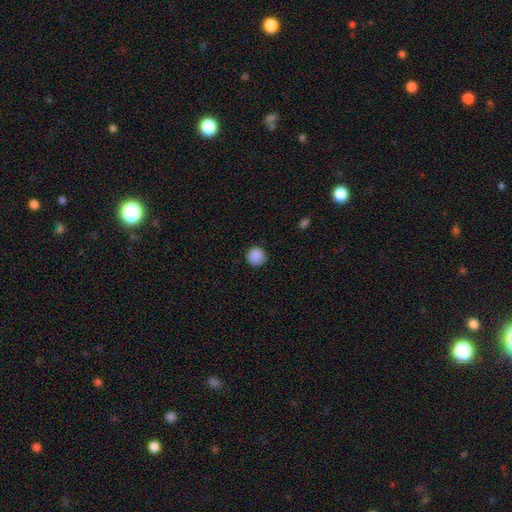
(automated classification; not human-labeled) smooth_or_featured: smooth (p=0.89) [alt: star or artifact p=0.09]
how_rounded: round (p=0.94) [alt: in between p=0.05]
merging: none (p=0.90) [alt: minor disturbance p=0.07]